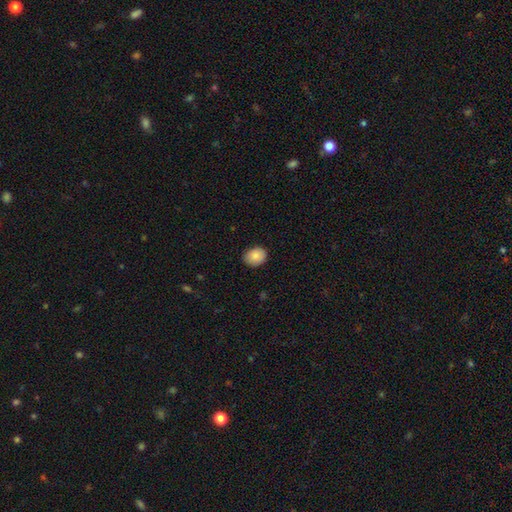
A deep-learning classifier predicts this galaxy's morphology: smooth_or_featured: smooth (p=0.87) [alt: star or artifact p=0.08]
how_rounded: in between (p=0.51) [alt: round p=0.48]
merging: none (p=0.84) [alt: minor disturbance p=0.13]